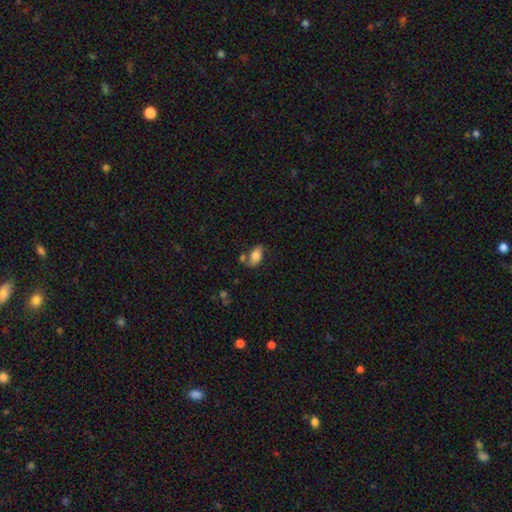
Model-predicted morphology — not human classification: This is likely a smooth galaxy (64%). How rounded: clearly in between (88%). Merging: possibly none (51%).